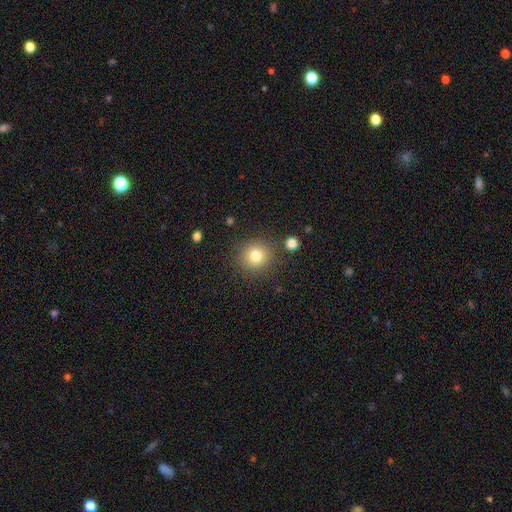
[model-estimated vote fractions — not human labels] Q: Smooth or featured?
A: smooth (78%); runner-up: star or artifact (13%)
Q: How rounded?
A: round (93%); runner-up: in between (6%)
Q: Merging?
A: none (86%); runner-up: minor disturbance (8%)